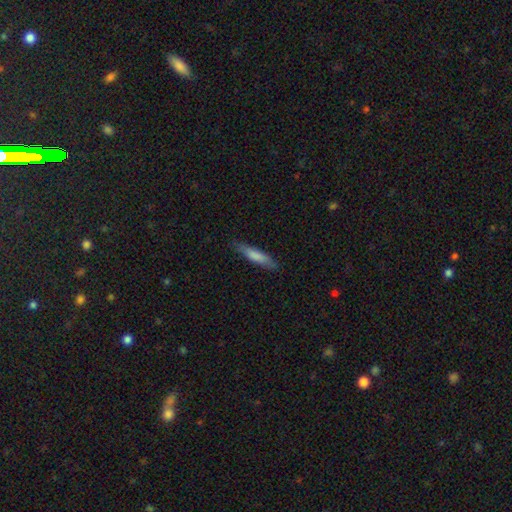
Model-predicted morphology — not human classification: smooth 78%, featured or disk 16%, star or artifact 6%. Down the decision tree: how rounded — cigar-shaped (78%); merging — none (80%).